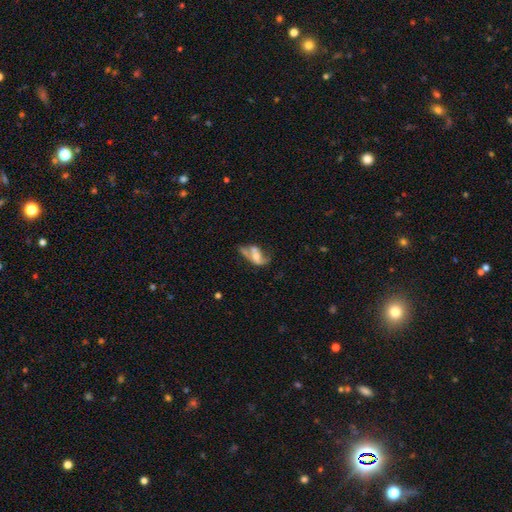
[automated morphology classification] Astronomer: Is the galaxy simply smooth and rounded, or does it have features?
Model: featured or disk — 58%.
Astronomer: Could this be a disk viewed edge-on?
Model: no — 89%.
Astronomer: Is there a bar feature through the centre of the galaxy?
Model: no — 52% (runner-up: weak, 29%).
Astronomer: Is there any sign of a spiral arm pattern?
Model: no — 52% (runner-up: yes, 48%).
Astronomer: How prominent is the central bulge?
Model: moderate — 49% (runner-up: small, 33%).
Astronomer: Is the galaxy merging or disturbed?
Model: merger — 29% (runner-up: none, 27%).